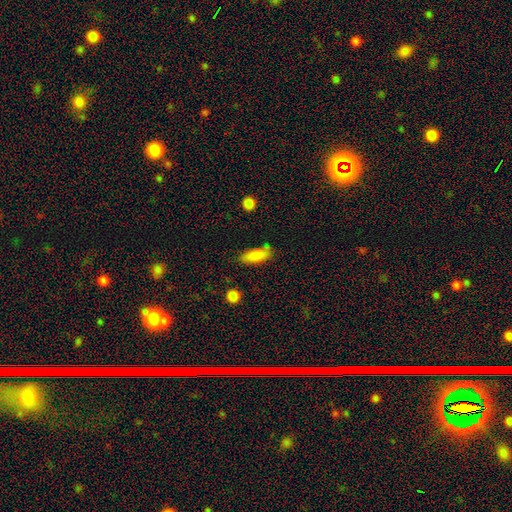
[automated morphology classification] Smooth or featured? smooth (85%)
How rounded? in between (74%)
Merging? none (73%)